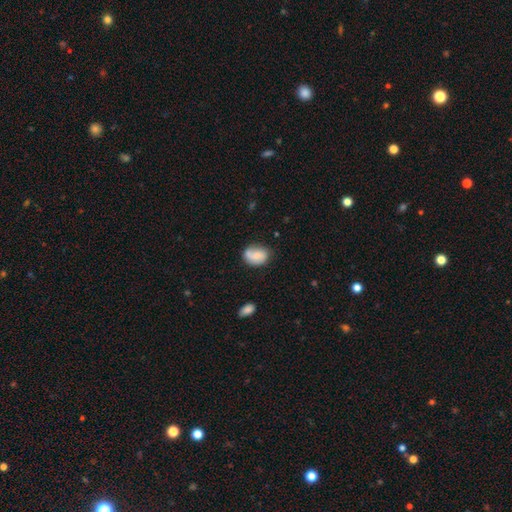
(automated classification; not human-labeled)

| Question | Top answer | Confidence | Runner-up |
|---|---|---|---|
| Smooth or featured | smooth | 65% | featured or disk (27%) |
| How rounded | in between | 66% | round (33%) |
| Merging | none | 59% | minor disturbance (25%) |